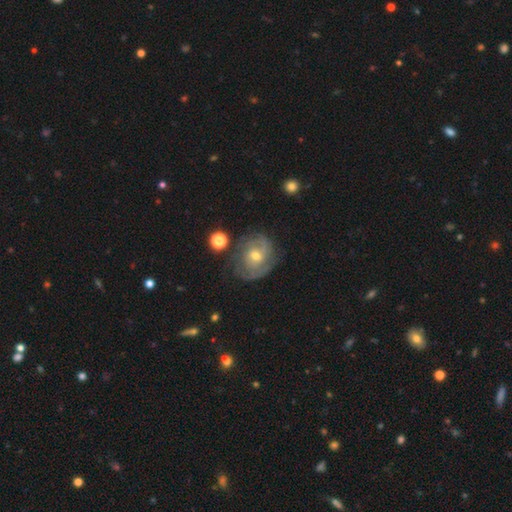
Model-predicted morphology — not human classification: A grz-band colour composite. It shows a featured or disk galaxy (72%) with no bar (63%), 2 (36%) tight (53%) spiral arms (86%) and a moderate central bulge (57%). Merging: none (63%).